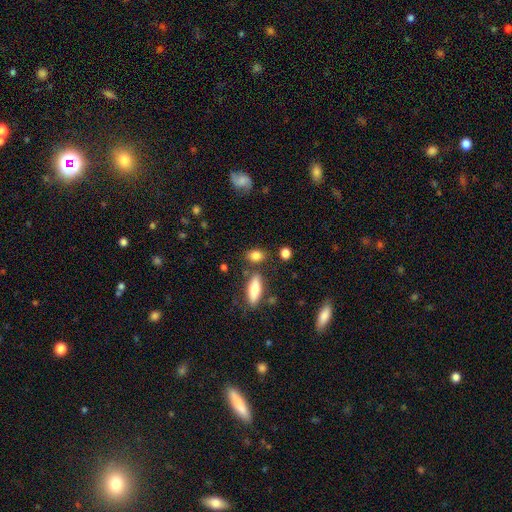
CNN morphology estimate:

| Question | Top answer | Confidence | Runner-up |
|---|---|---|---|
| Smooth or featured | smooth | 82% | star or artifact (9%) |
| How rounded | in between | 71% | round (21%) |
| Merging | none | 72% | minor disturbance (14%) |